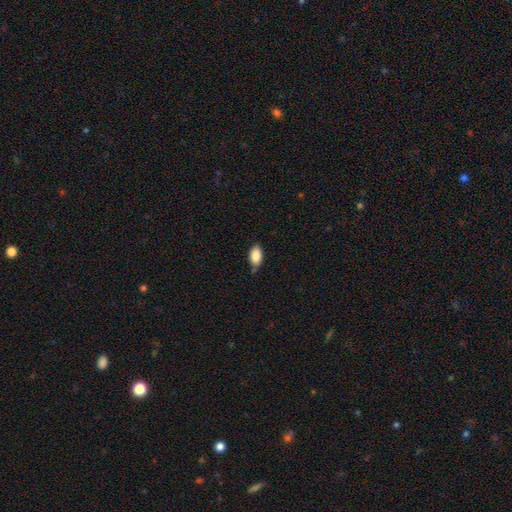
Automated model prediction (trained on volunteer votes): Morphology: type=smooth (86%); roundness=in between (92%); merging=none (69%).